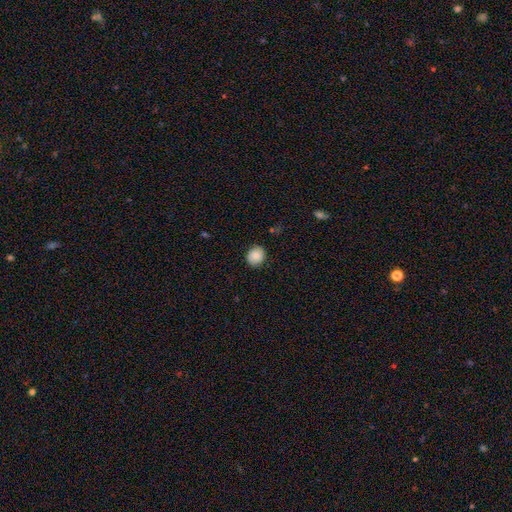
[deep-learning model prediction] This is clearly a smooth galaxy (85%). How rounded: likely round (74%). Merging: clearly none (86%).